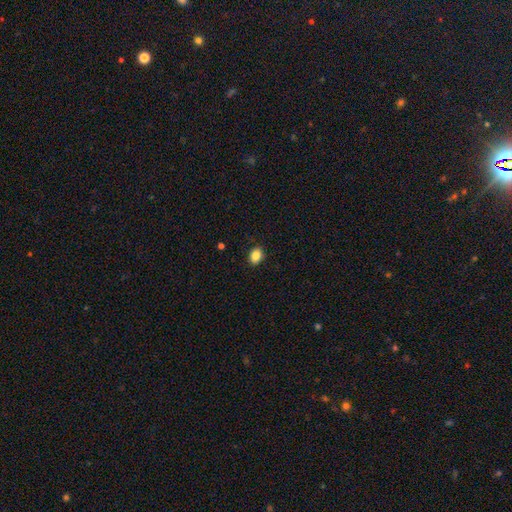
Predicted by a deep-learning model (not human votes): Morphology: type=smooth (87%); roundness=in between (70%); merging=none (89%).